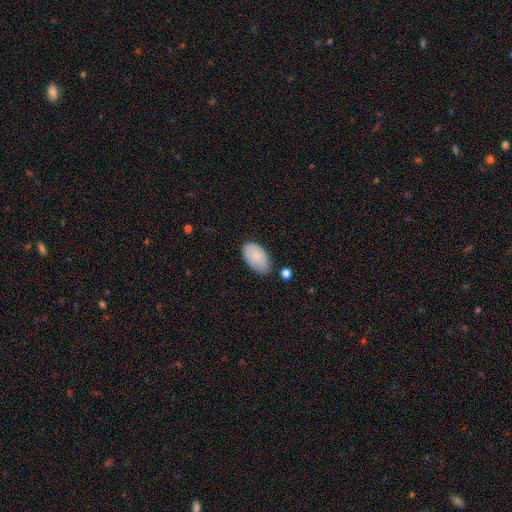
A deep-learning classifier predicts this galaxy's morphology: smooth 87%, featured or disk 7%, star or artifact 6%. Down the decision tree: how rounded — in between (95%); merging — none (74%).